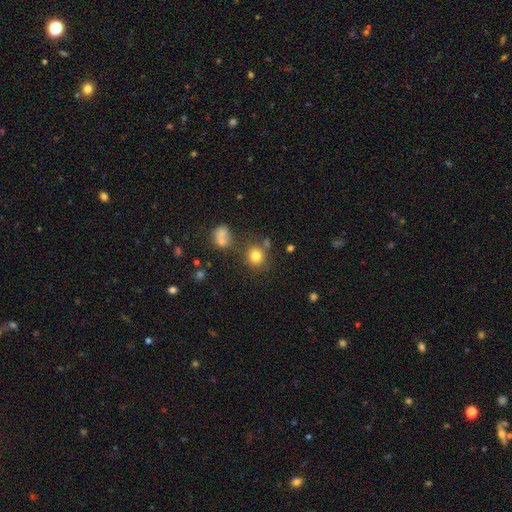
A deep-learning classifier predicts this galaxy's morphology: A smooth galaxy with no disk features (78%) that is round (85%).

Vote fractions:
- Smooth or featured? smooth: 78% / star or artifact: 13% / featured or disk: 8%
- How rounded? round: 85% / in between: 14% / cigar-shaped: 1%
- Merging? none: 73% / minor disturbance: 12% / merger: 11% / major disturbance: 5%